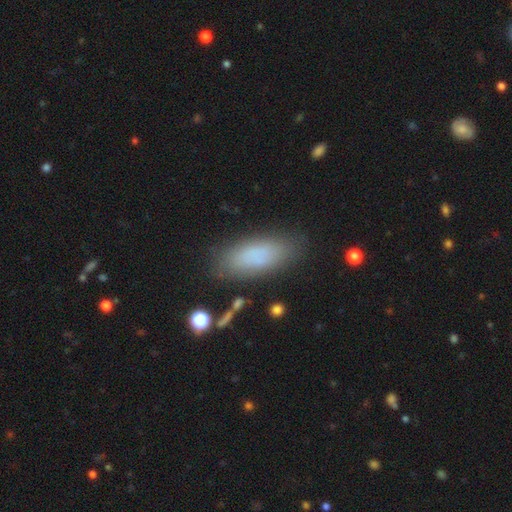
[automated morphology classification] A smooth galaxy with no disk features (81%) that is in between round and cigar-shaped (76%). Merging: none (80%).